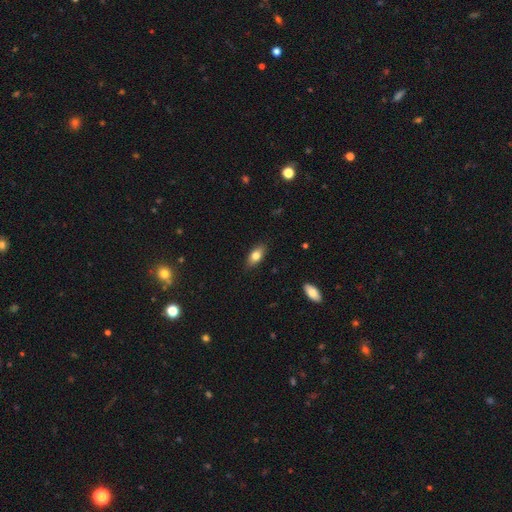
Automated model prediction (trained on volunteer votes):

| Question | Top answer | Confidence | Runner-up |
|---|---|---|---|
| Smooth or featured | smooth | 79% | featured or disk (14%) |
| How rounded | in between | 86% | cigar-shaped (9%) |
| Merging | none | 85% | minor disturbance (11%) |